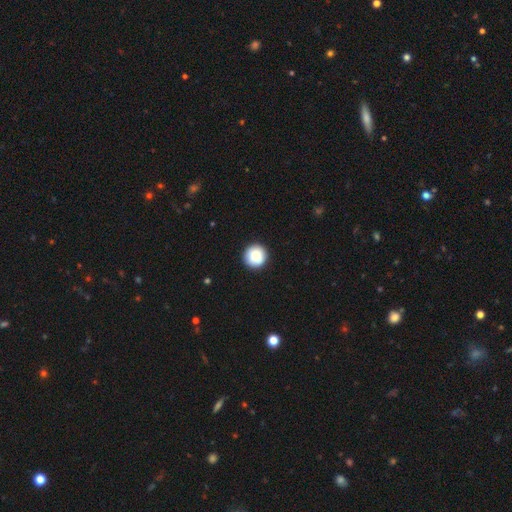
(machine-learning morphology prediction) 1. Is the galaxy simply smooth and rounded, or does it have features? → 84% smooth, 8% star or artifact, 8% featured or disk.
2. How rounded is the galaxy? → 96% round, 3% in between, 1% cigar-shaped.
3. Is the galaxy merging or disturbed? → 92% none, 6% minor disturbance, 2% major disturbance, 1% merger.